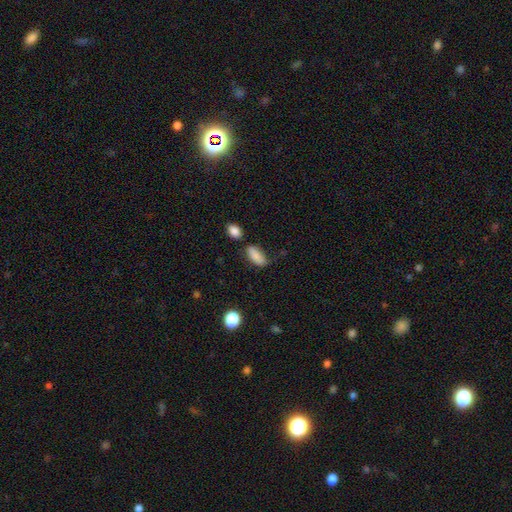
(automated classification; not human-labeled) Morphology: type=smooth (86%); roundness=in between (84%); merging=none (62%).